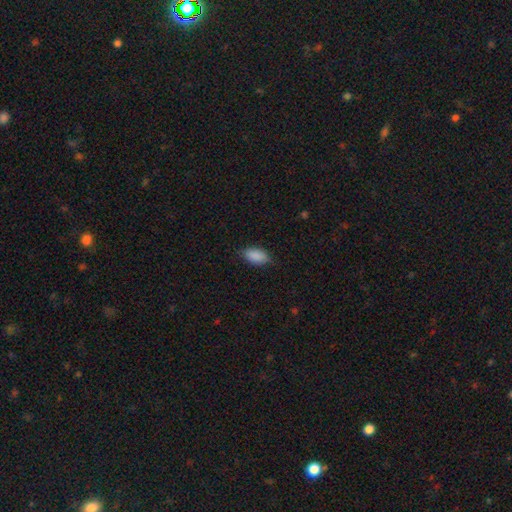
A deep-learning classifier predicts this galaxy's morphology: Smooth or featured: smooth — 89% (star or artifact — 7%)
How rounded: in between — 92% (cigar-shaped — 4%)
Merging: none — 79% (minor disturbance — 17%)